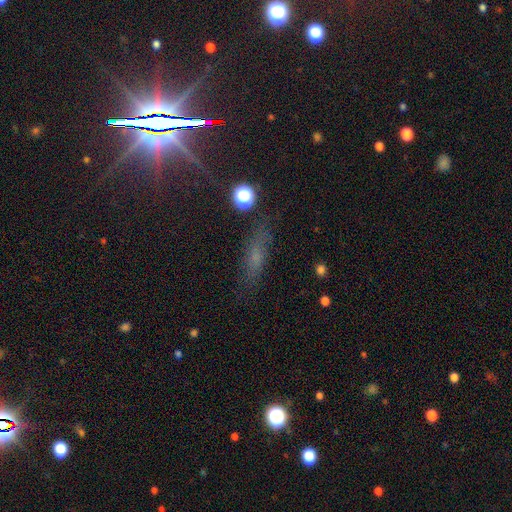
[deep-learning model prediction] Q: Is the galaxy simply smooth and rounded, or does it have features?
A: smooth — 40%.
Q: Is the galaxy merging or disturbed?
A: none — 76%.